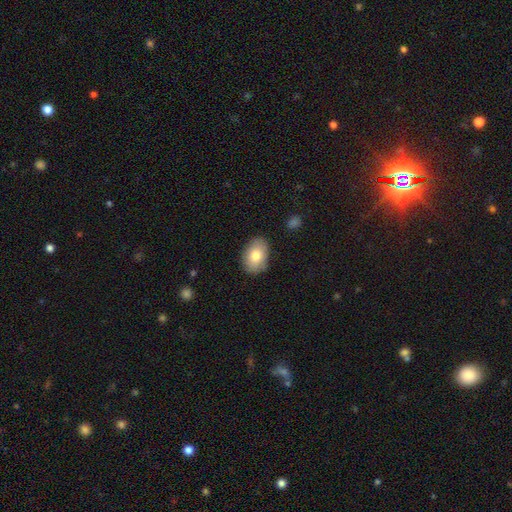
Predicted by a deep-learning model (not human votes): Smooth or featured: smooth — 80% (featured or disk — 14%)
How rounded: in between — 85% (round — 14%)
Merging: none — 84% (minor disturbance — 12%)